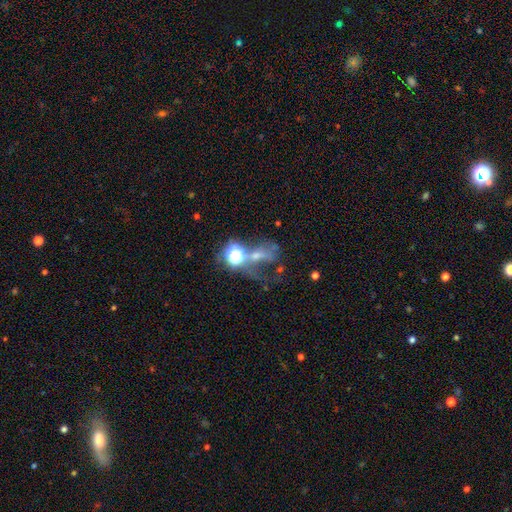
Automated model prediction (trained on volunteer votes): A featured or disk galaxy (40%). Merging: merger (33%).